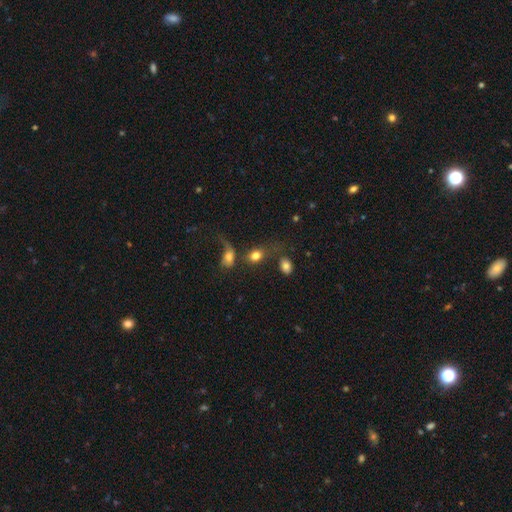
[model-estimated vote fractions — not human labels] Smooth or featured? Predicted: smooth (p=0.78). How rounded? Predicted: in between (p=0.70). Merging? Predicted: none (p=0.36).